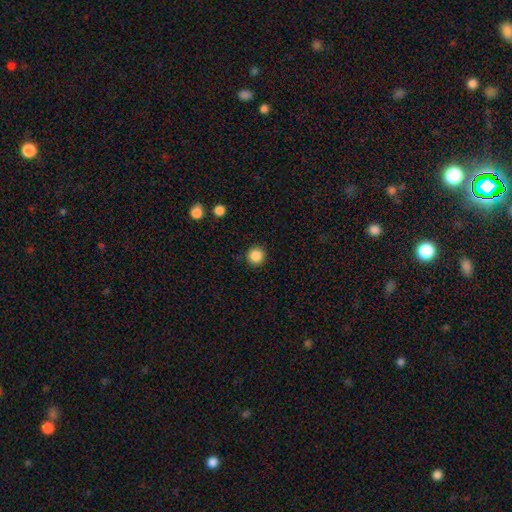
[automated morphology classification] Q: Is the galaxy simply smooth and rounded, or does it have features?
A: smooth — 86%.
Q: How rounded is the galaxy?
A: round — 95%.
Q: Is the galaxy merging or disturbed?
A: none — 91%.